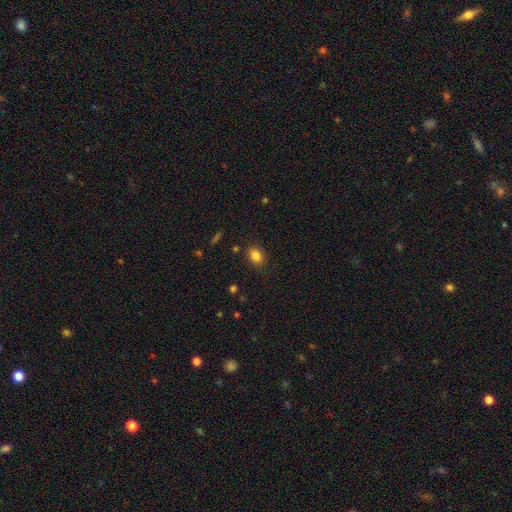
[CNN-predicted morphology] Overall: smooth (84%). How rounded: in between (62%; round 37%). Merging: none (84%).